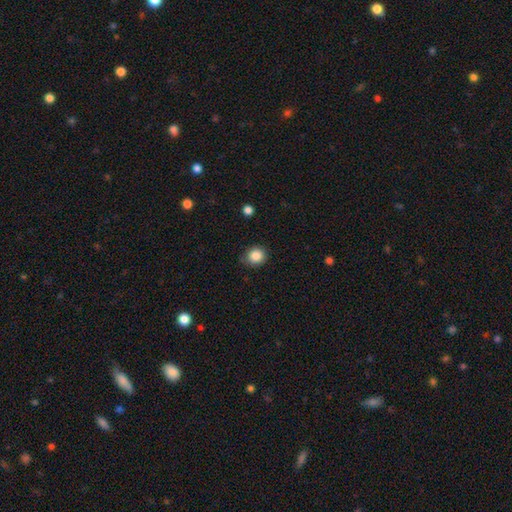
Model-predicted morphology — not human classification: Overall: smooth (86%). How rounded: round (84%). Merging: none (78%).